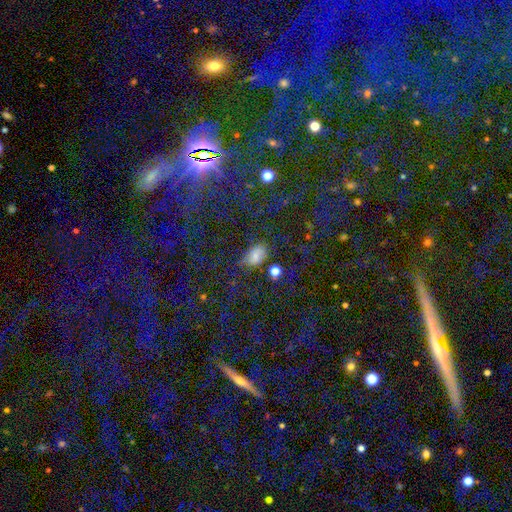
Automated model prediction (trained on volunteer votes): smooth_or_featured: smooth (p=0.63) [alt: star or artifact p=0.25]
how_rounded: in between (p=0.75) [alt: round p=0.22]
merging: none (p=0.59) [alt: minor disturbance p=0.21]